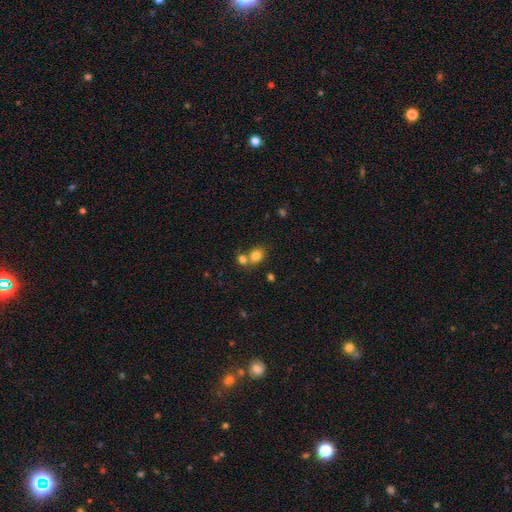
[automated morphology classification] Overall: smooth (80%). How rounded: round (57%; in between 42%). Merging: none (49%; merger 40%).